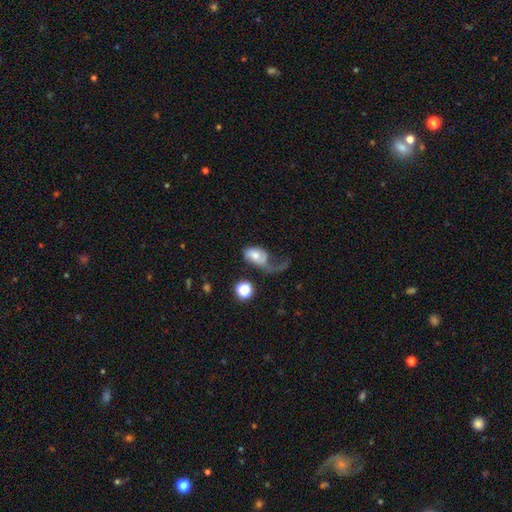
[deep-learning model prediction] Q: Smooth or featured?
A: smooth (47%); runner-up: featured or disk (44%)
Q: Merging?
A: major disturbance (61%); runner-up: none (17%)